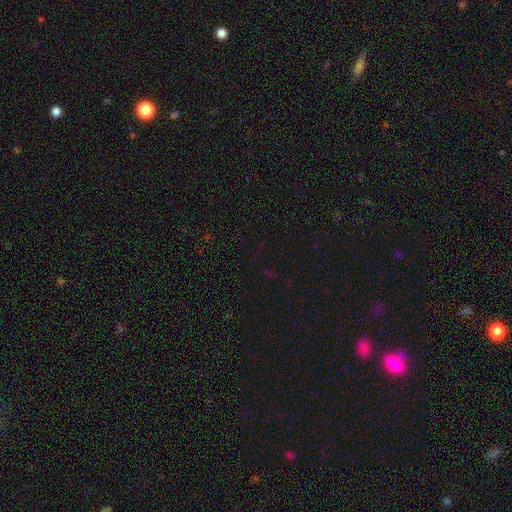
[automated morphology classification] A star or artifact, not a galaxy (71%).